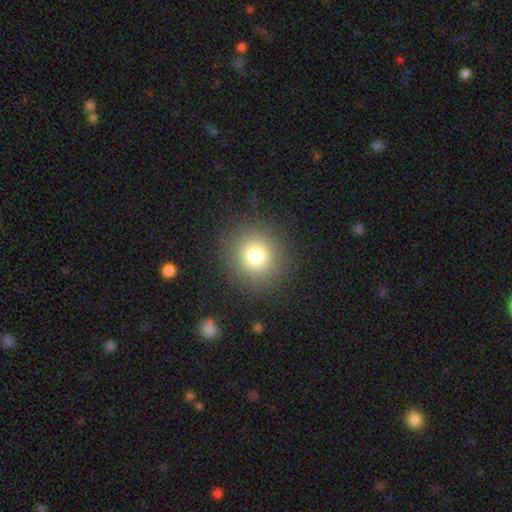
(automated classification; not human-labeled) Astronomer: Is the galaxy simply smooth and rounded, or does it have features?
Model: smooth — 77%.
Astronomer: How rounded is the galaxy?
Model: round — 92%.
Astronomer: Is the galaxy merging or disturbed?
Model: none — 89%.